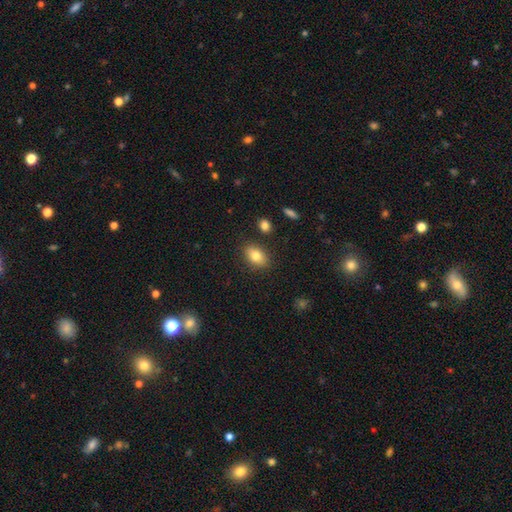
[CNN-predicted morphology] This appears to be a smooth galaxy with no disk features (82%) that is in between round and cigar-shaped (87%). Merging: none (85%).